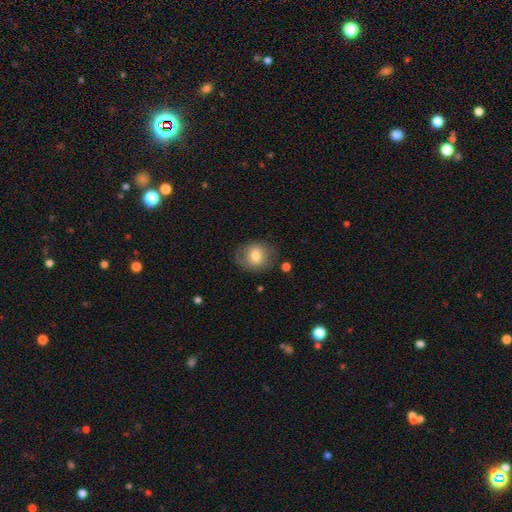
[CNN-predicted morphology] The model was most divided on "how rounded": round: 68%, in between: 31%, cigar-shaped: 1%. More confident: merging — none (71%); smooth or featured — smooth (70%).